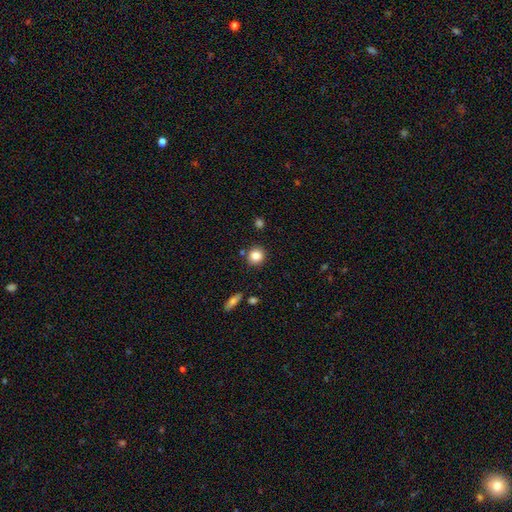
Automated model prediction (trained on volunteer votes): The model was most divided on "smooth or featured": smooth: 84%, star or artifact: 10%, featured or disk: 6%. More confident: how rounded — round (88%); merging — none (84%).